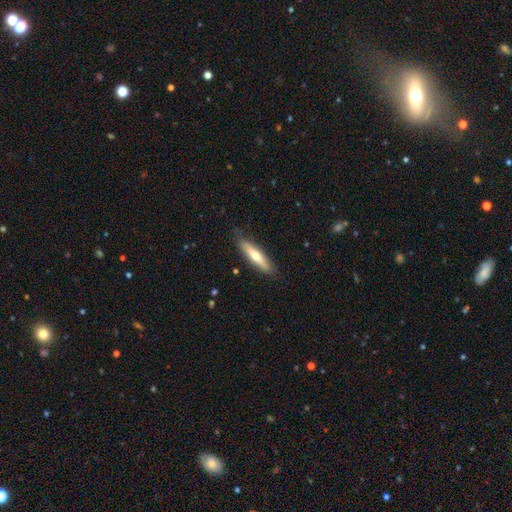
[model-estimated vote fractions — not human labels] The model was most divided on "smooth or featured": smooth: 55%, featured or disk: 40%, star or artifact: 5%. More confident: merging — none (84%); how rounded — cigar-shaped (78%).